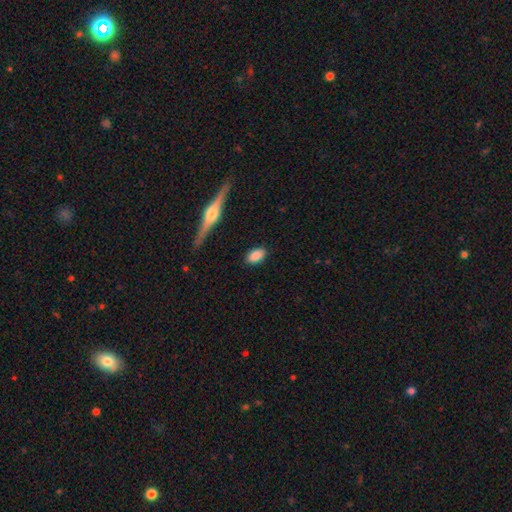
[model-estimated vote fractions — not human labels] Overall: smooth (85%). How rounded: in between (89%). Merging: none (85%).